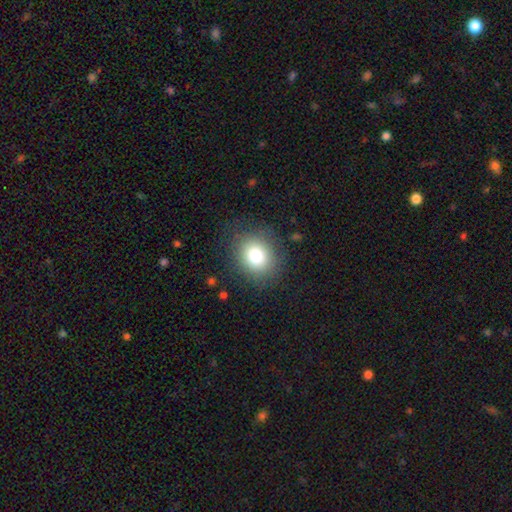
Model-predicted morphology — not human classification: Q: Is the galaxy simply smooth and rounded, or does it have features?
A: smooth — 79%.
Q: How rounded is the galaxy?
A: round — 73%.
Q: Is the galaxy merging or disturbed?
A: none — 83%.